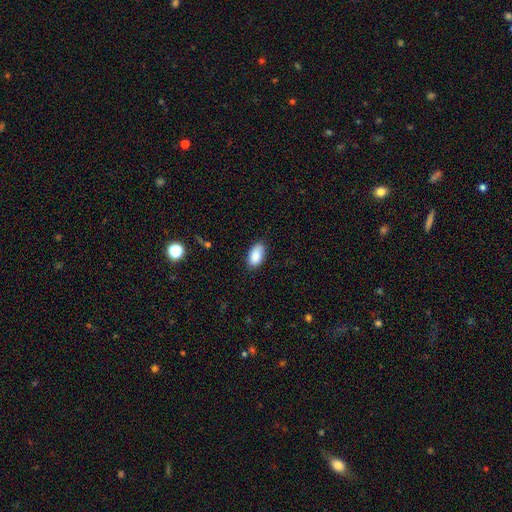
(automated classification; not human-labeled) Smooth or featured: smooth — 89% (star or artifact — 7%)
How rounded: in between — 95% (round — 3%)
Merging: none — 82% (minor disturbance — 14%)